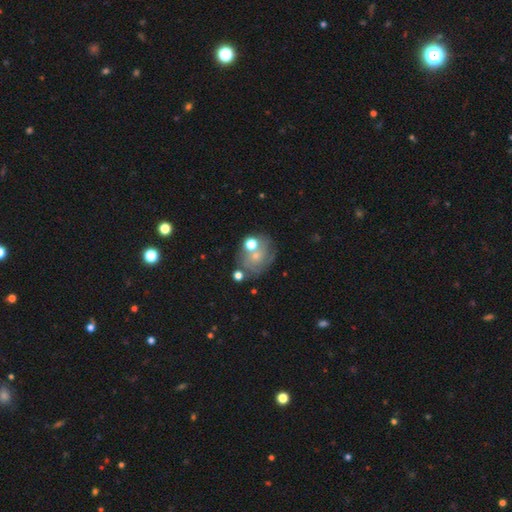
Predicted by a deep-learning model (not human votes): This appears to be a featured or disk galaxy (49%). Merging: none (53%).